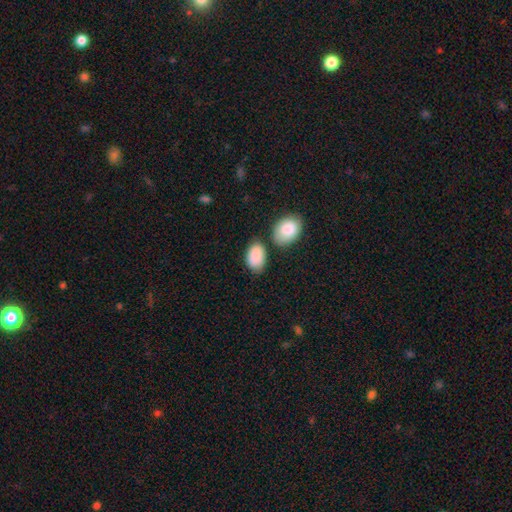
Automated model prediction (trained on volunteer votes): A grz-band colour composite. It shows a smooth galaxy with no disk features (87%) that is in between round and cigar-shaped (90%). Merging: none (57%).